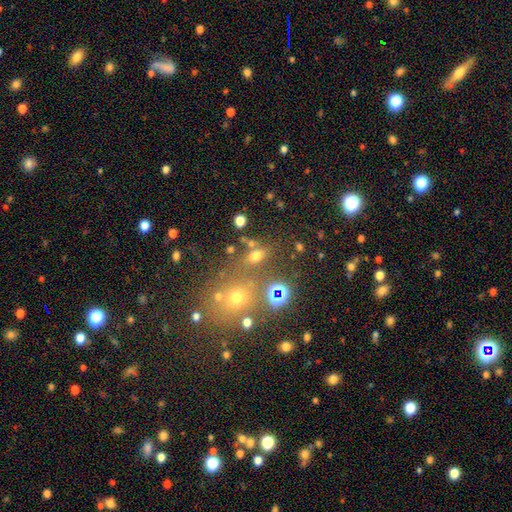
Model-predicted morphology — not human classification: Overall: smooth (61%; star or artifact 26%). How rounded: in between (63%; round 33%). Merging: none (61%).